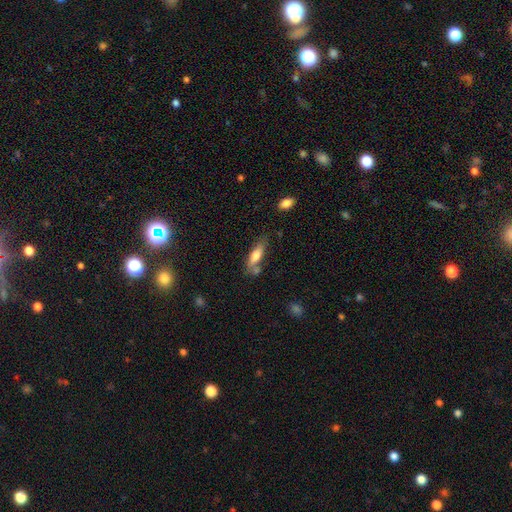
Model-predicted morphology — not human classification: Smooth or featured?
  - smooth: 69% *
  - featured or disk: 24%
  - star or artifact: 7%
How rounded?
  - in between: 51% *
  - cigar-shaped: 47%
  - round: 2%
Merging?
  - none: 54% *
  - minor disturbance: 22%
  - merger: 16%
  - major disturbance: 8%